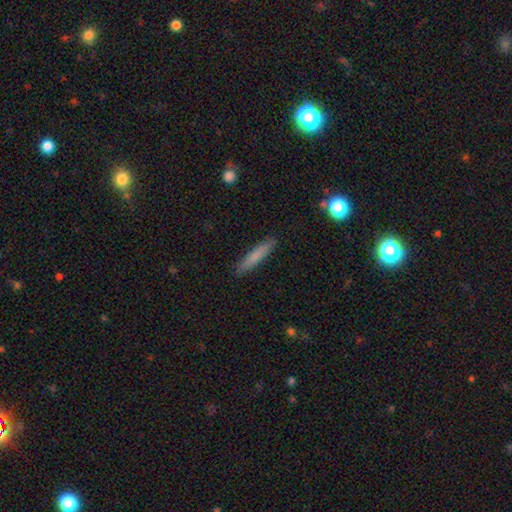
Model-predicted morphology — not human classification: smooth_or_featured: smooth (p=0.76) [alt: featured or disk p=0.18]
how_rounded: cigar-shaped (p=0.92) [alt: in between p=0.06]
merging: none (p=0.90) [alt: minor disturbance p=0.07]